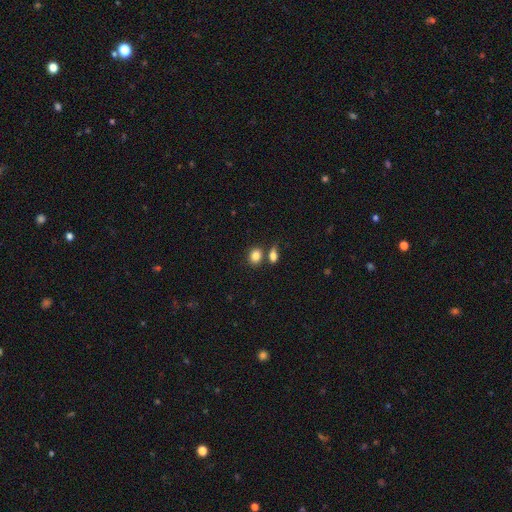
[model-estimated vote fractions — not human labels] smooth-or-featured: smooth: 84% | star or artifact: 10% | featured or disk: 7%
  how-rounded: in between: 51% | round: 47% | cigar-shaped: 2%
  merging: none: 61% | merger: 25% | minor disturbance: 11% | major disturbance: 4%